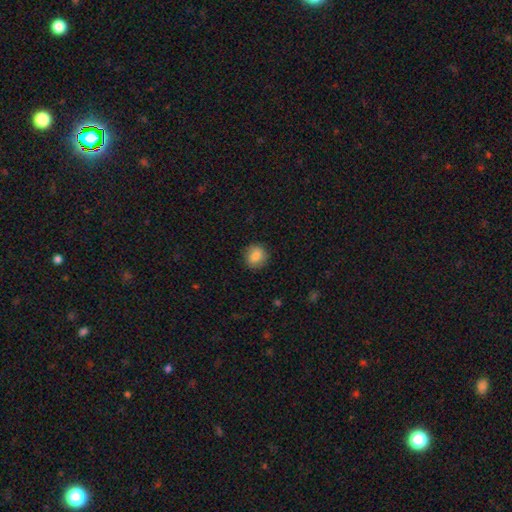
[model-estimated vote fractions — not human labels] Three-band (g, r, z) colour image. It shows a smooth galaxy with no disk features (83%) that is round (85%). Merging: none (89%).